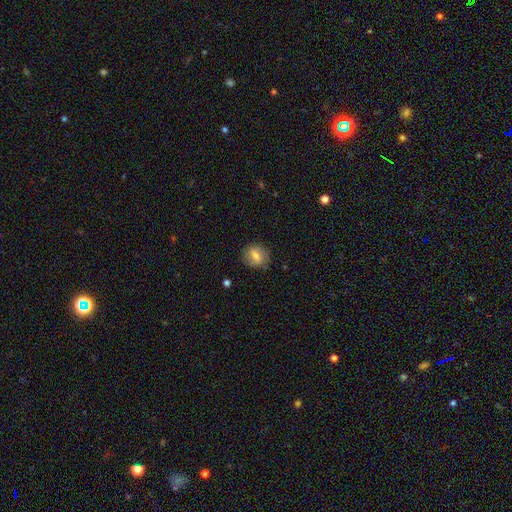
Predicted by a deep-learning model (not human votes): A smooth galaxy with no disk features (69%) that is round (68%). Merging: none (82%).